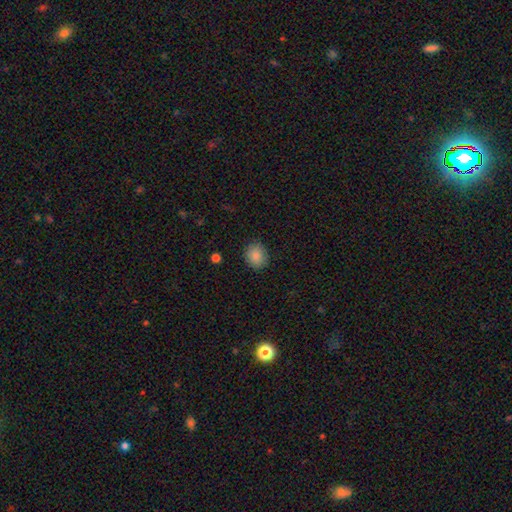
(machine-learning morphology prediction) A smooth galaxy with no disk features (86%) that is round (72%). Merging: none (87%).